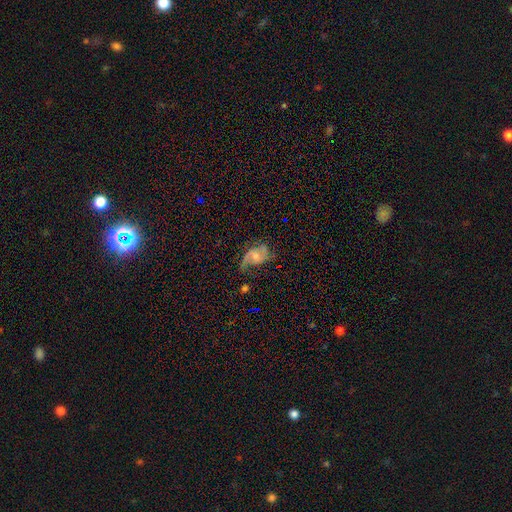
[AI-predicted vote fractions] Smooth or featured? featured or disk (76%)
Edge-on disk? no (97%)
Bar? no (62%)
Spiral arms? yes (92%)
Spiral winding? medium (45%)
Spiral arm count? 2 (78%)
Bulge size? small (46%)
Merging? none (48%)